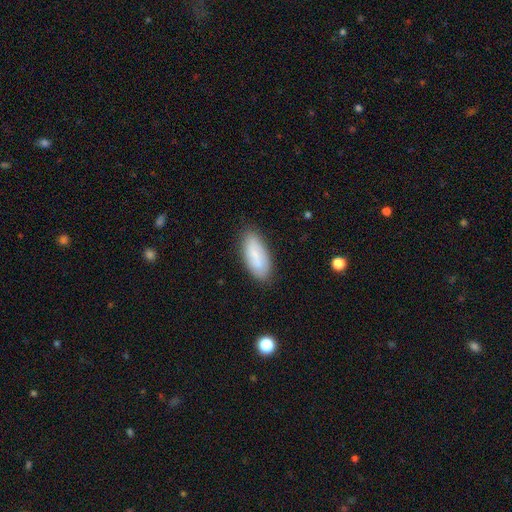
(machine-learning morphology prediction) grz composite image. It shows a smooth galaxy with no disk features (76%) that is in between round and cigar-shaped (81%). Merging: none (83%).